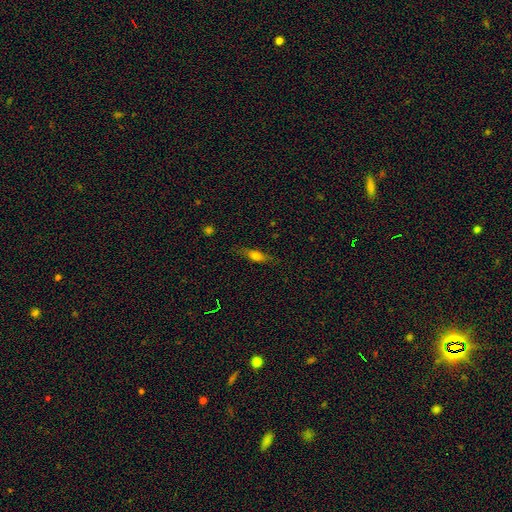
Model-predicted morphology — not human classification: Q: Smooth or featured?
A: smooth (60%); runner-up: featured or disk (31%)
Q: How rounded?
A: cigar-shaped (49%); runner-up: in between (48%)
Q: Merging?
A: none (79%); runner-up: minor disturbance (16%)